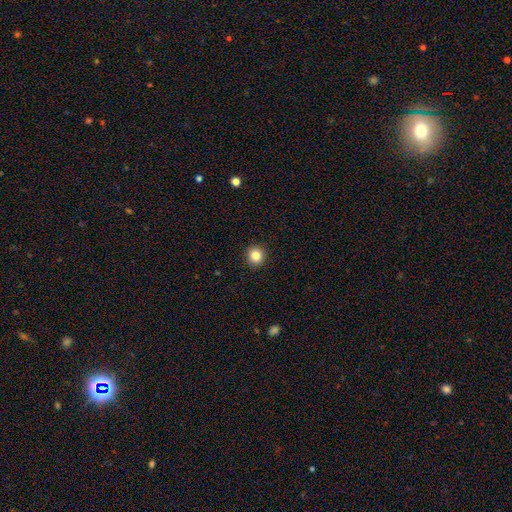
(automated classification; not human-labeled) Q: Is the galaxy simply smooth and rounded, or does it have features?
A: smooth — 85%.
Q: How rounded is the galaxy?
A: round — 92%.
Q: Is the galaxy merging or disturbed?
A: none — 92%.